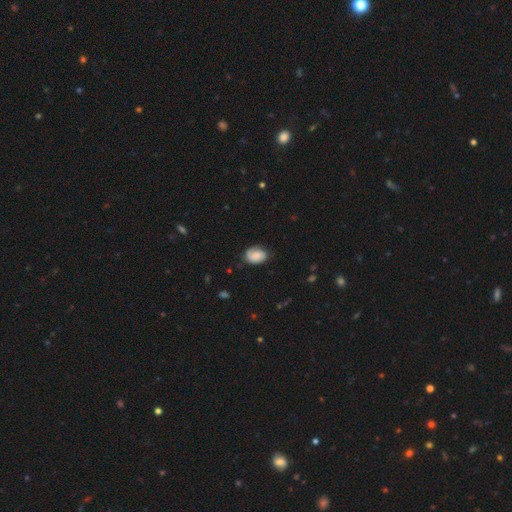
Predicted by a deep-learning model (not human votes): A smooth galaxy with no disk features (76%) that is in between round and cigar-shaped (79%). Merging: none (68%).